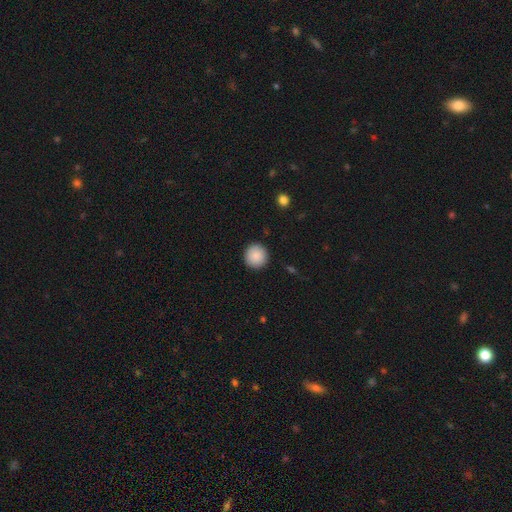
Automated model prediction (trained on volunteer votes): The model was most divided on "smooth or featured": smooth: 89%, star or artifact: 8%, featured or disk: 3%. More confident: how rounded — round (95%); merging — none (92%).